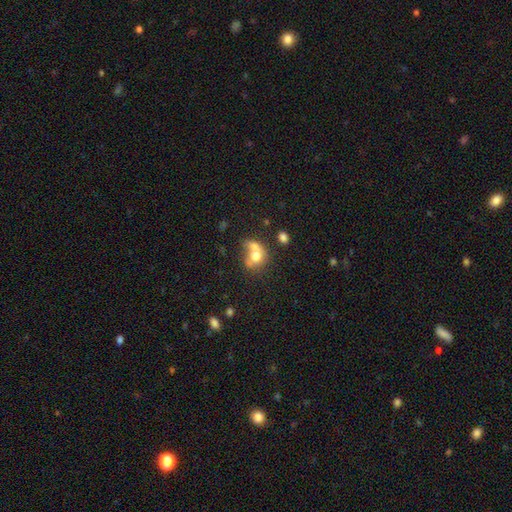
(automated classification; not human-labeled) smooth-or-featured: smooth: 68% | featured or disk: 22% | star or artifact: 10%
  how-rounded: round: 57% | in between: 42% | cigar-shaped: 1%
  merging: merger: 60% | none: 22% | minor disturbance: 10% | major disturbance: 8%